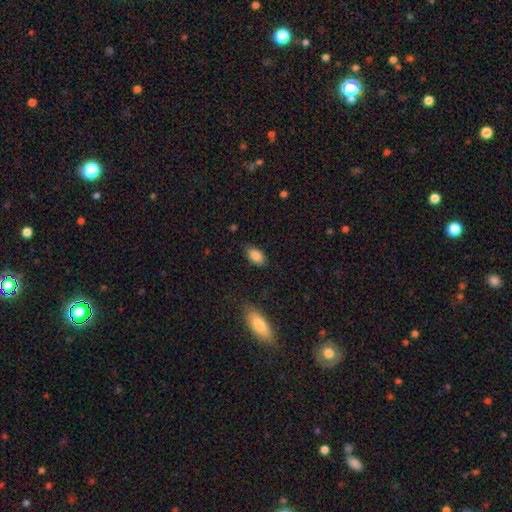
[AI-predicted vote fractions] Smooth or featured: smooth — 86% (star or artifact — 8%)
How rounded: in between — 91% (round — 6%)
Merging: none — 82% (minor disturbance — 14%)